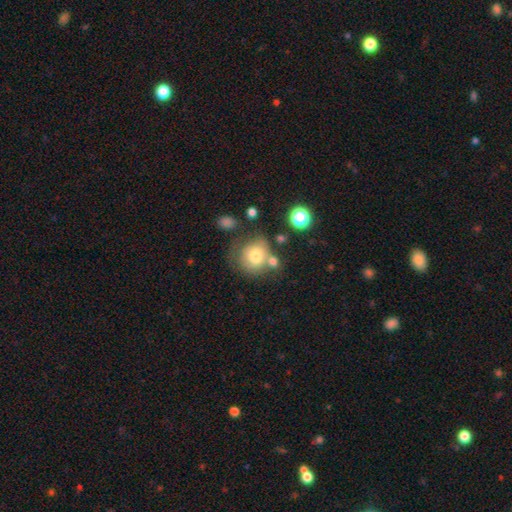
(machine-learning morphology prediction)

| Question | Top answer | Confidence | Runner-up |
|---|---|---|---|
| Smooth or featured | smooth | 72% | featured or disk (17%) |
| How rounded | round | 80% | in between (19%) |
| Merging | none | 49% | merger (20%) |